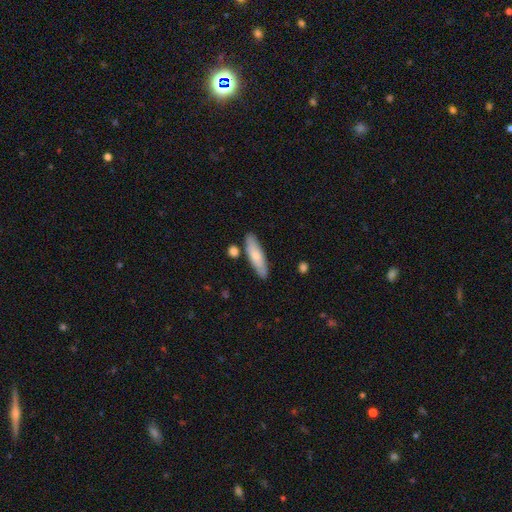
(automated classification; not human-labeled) smooth_or_featured: smooth (p=0.69) [alt: featured or disk p=0.25]
how_rounded: cigar-shaped (p=0.64) [alt: in between p=0.34]
merging: none (p=0.82) [alt: minor disturbance p=0.11]